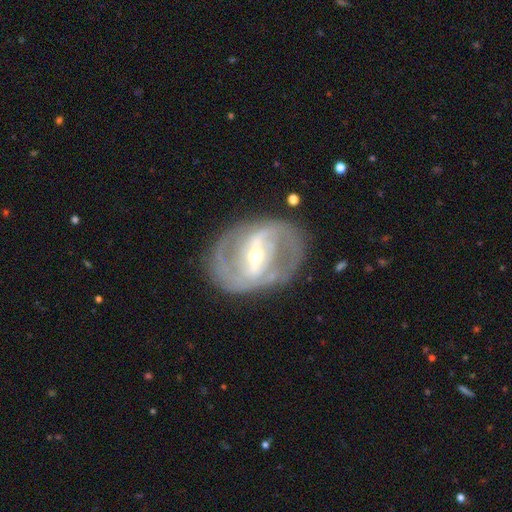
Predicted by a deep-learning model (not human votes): Overall: featured or disk (86%). Edge-on disk: no (95%). Bar: strong (59%; weak 30%). Spiral arms: yes (85%). Spiral arm count: 2 (74%). Spiral winding: medium (46%; tight 33%). Bulge size: small (52%; moderate 43%). Merging: none (77%).